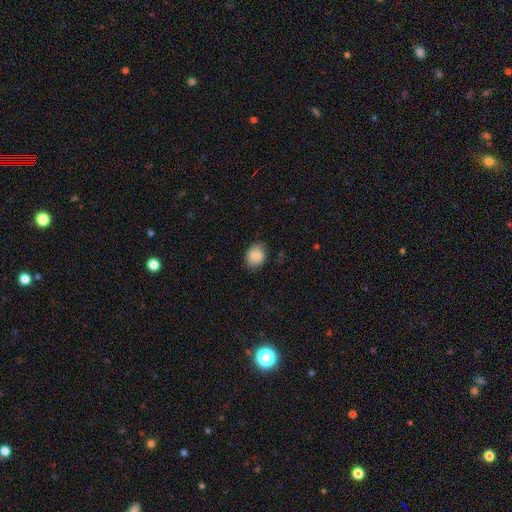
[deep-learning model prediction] smooth 85%, star or artifact 8%, featured or disk 7%. Down the decision tree: how rounded — in between (57%); merging — none (79%).